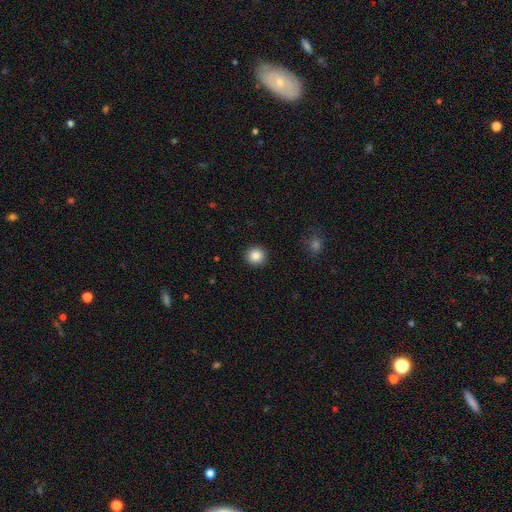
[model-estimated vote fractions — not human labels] Q: Smooth or featured?
A: smooth (87%); runner-up: star or artifact (10%)
Q: How rounded?
A: round (94%); runner-up: in between (5%)
Q: Merging?
A: none (93%); runner-up: minor disturbance (5%)